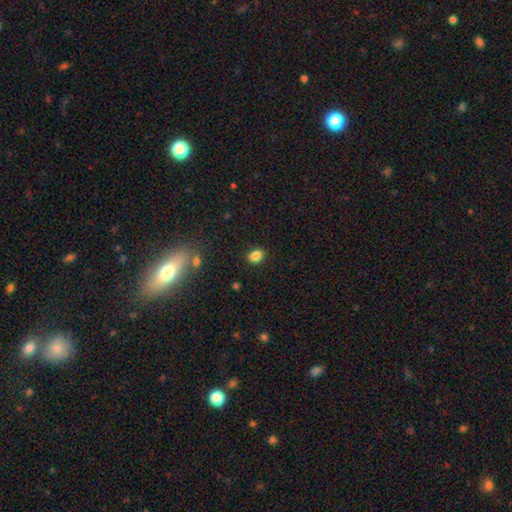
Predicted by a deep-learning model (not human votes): smooth-or-featured: smooth: 85% | star or artifact: 11% | featured or disk: 5%
  how-rounded: in between: 63% | round: 36% | cigar-shaped: 1%
  merging: none: 88% | minor disturbance: 8% | major disturbance: 2% | merger: 2%